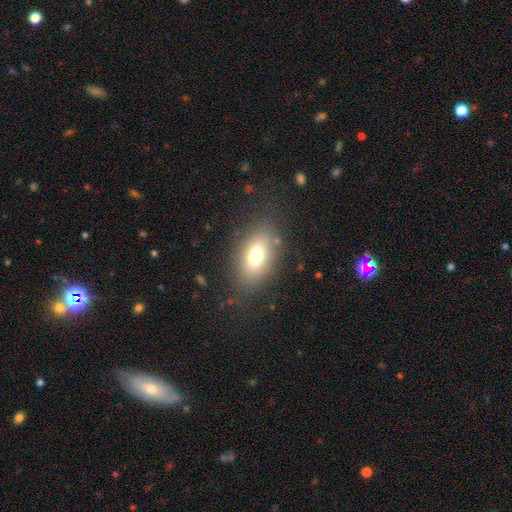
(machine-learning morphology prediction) A smooth galaxy with no disk features (72%) that is in between round and cigar-shaped (83%). Merging: none (80%).